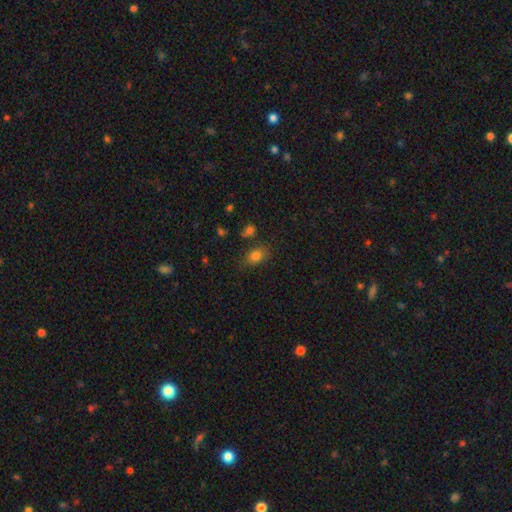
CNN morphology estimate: Overall: smooth (80%). How rounded: in between (71%). Merging: none (71%).